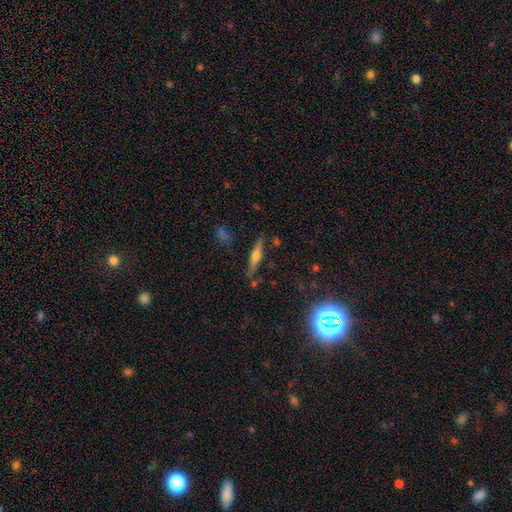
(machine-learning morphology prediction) Overall: featured or disk (50%; smooth 41%). Merging: none (80%).